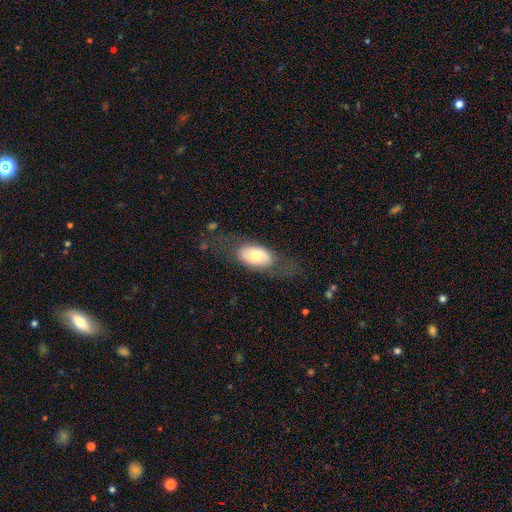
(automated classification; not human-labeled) The model was most divided on "smooth or featured": smooth: 59%, featured or disk: 35%, star or artifact: 6%. More confident: how rounded — in between (92%); merging — none (59%).